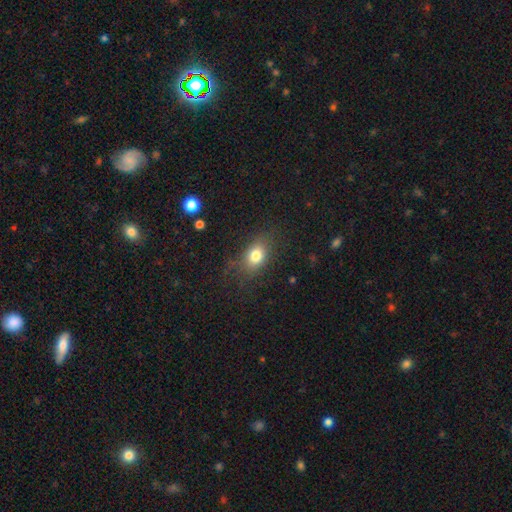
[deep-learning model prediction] smooth-or-featured: smooth: 77% | star or artifact: 12% | featured or disk: 11%
  how-rounded: in between: 72% | round: 26% | cigar-shaped: 2%
  merging: none: 74% | minor disturbance: 16% | major disturbance: 8% | merger: 1%